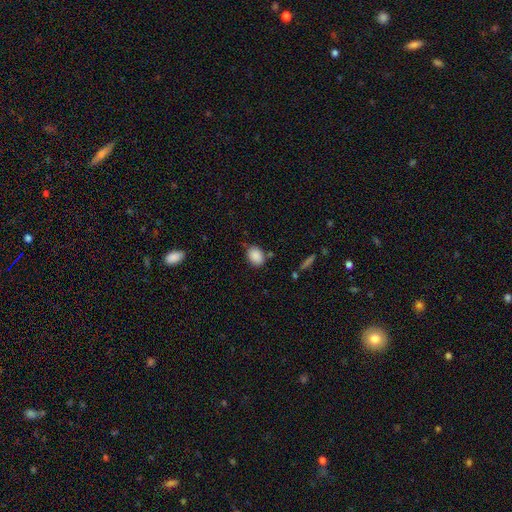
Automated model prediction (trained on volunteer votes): Q: Smooth or featured?
A: smooth (88%); runner-up: star or artifact (8%)
Q: How rounded?
A: in between (67%); runner-up: round (32%)
Q: Merging?
A: none (72%); runner-up: minor disturbance (19%)